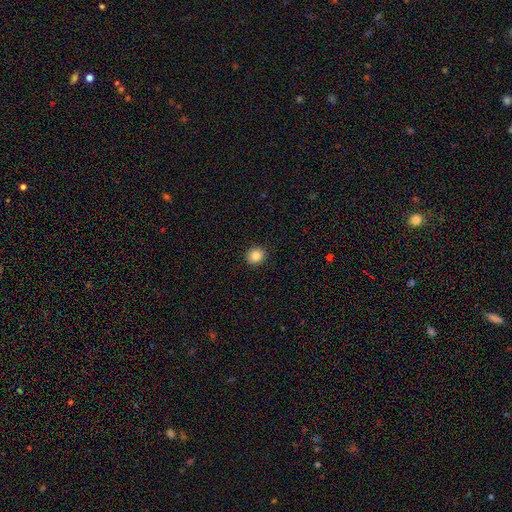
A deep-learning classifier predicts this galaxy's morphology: Smooth or featured?
  - smooth: 85% *
  - star or artifact: 10%
  - featured or disk: 5%
How rounded?
  - round: 80% *
  - in between: 19%
  - cigar-shaped: 1%
Merging?
  - none: 91% *
  - minor disturbance: 6%
  - major disturbance: 2%
  - merger: 1%